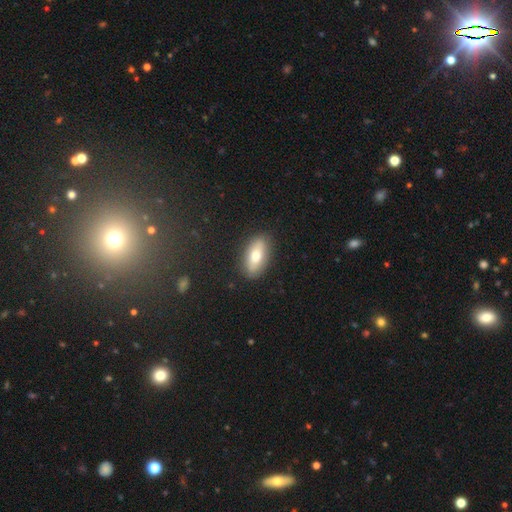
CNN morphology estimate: Smooth or featured? Predicted: smooth (p=0.72). How rounded? Predicted: in between (p=0.87). Merging? Predicted: none (p=0.86).